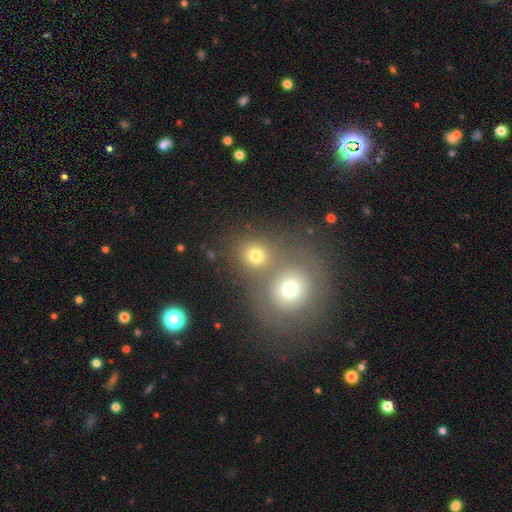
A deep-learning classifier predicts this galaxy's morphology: The model was most divided on "merging": none: 46%, merger: 45%, minor disturbance: 6%, major disturbance: 4%. More confident: how rounded — round (81%); smooth or featured — smooth (75%).